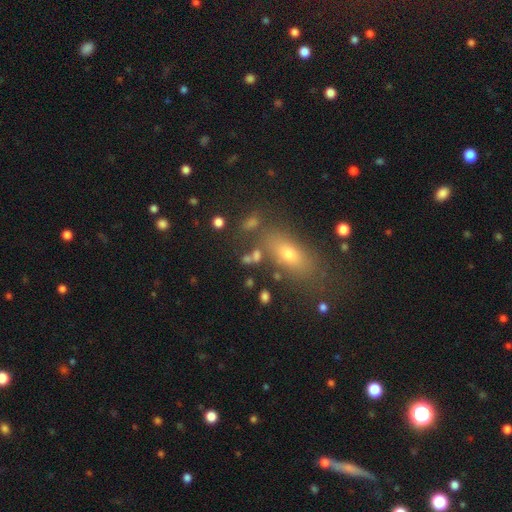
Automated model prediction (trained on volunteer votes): This appears to be a smooth galaxy with no disk features (65%) that is in between round and cigar-shaped (67%). Merging: none (64%).